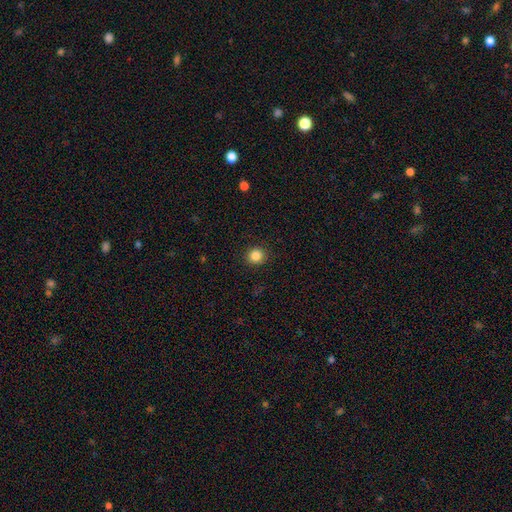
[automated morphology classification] Smooth or featured? Predicted: smooth (p=0.85). How rounded? Predicted: round (p=0.90). Merging? Predicted: none (p=0.91).